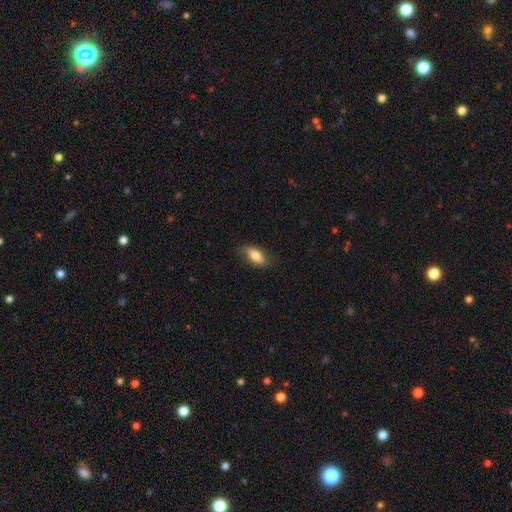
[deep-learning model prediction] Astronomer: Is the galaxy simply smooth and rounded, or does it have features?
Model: smooth — 77%.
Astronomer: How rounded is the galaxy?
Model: in between — 83%.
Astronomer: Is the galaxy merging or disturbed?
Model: none — 78%.